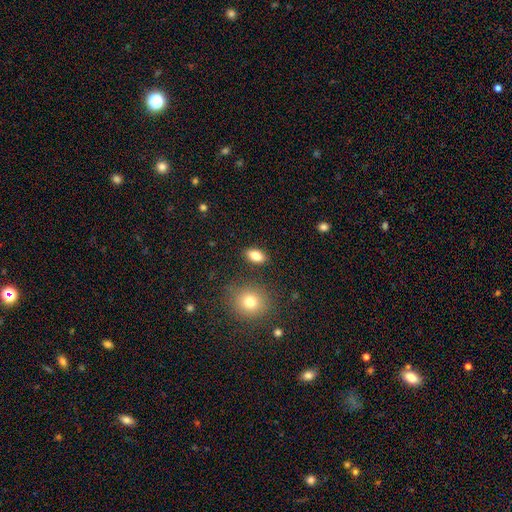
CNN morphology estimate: The model was most divided on "smooth or featured": smooth: 82%, star or artifact: 9%, featured or disk: 9%. More confident: how rounded — in between (88%); merging — none (86%).